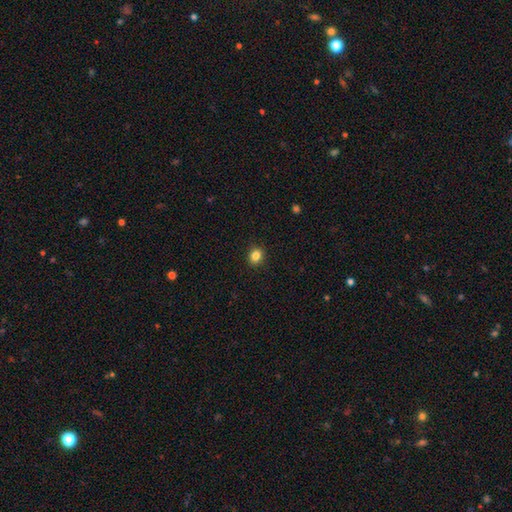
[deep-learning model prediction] A smooth galaxy with no disk features (84%) that is round (69%).

Vote fractions:
- Smooth or featured? smooth: 84% / star or artifact: 11% / featured or disk: 5%
- How rounded? round: 69% / in between: 30% / cigar-shaped: 1%
- Merging? none: 91% / minor disturbance: 6% / major disturbance: 2% / merger: 1%